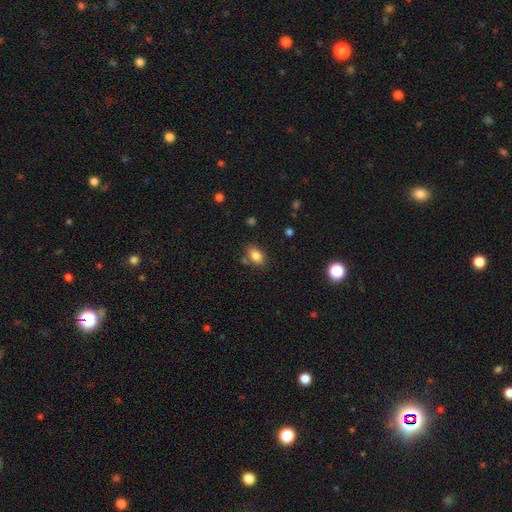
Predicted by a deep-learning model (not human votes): Smooth or featured? smooth (83%)
How rounded? in between (81%)
Merging? none (73%)